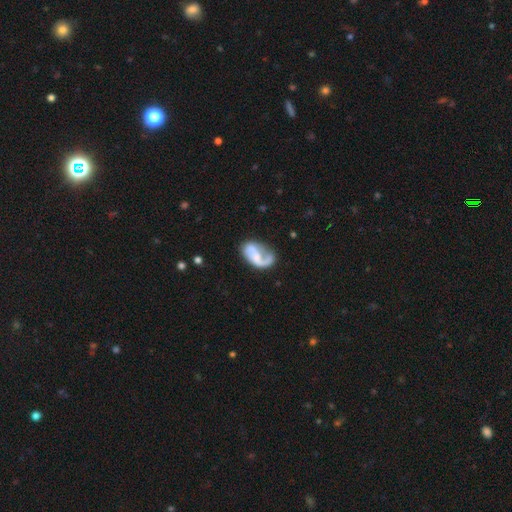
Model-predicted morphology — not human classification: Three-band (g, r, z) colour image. It shows a featured or disk galaxy (69%) with no bar (49%), 2 (50%) loose (52%) spiral arms (87%) and no central bulge (46%). Merging: none (42%).